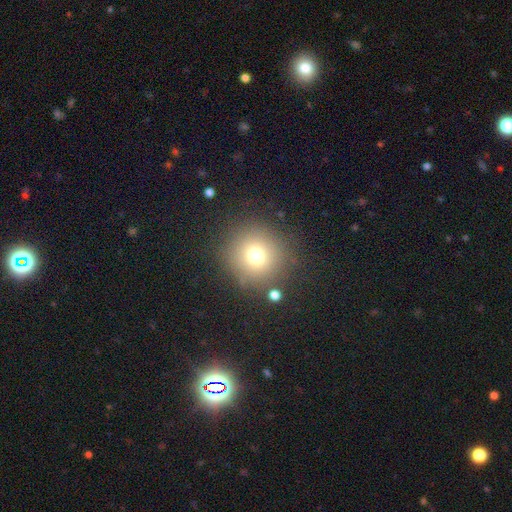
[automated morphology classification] Smooth or featured? smooth (72%)
How rounded? round (93%)
Merging? none (84%)